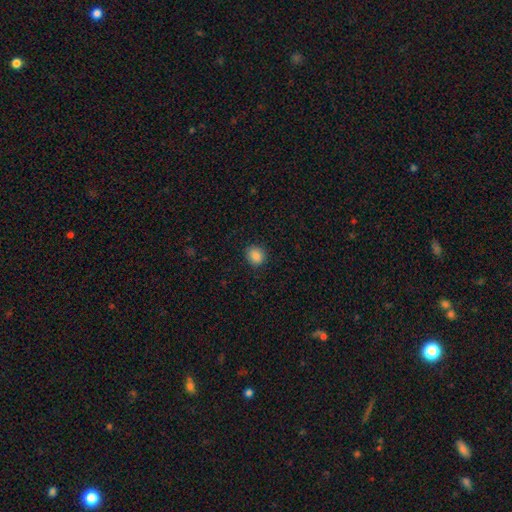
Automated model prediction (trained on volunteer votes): A smooth galaxy with no disk features (87%) that is round (72%).

Vote fractions:
- Smooth or featured? smooth: 87% / star or artifact: 9% / featured or disk: 3%
- How rounded? round: 72% / in between: 27% / cigar-shaped: 1%
- Merging? none: 87% / minor disturbance: 9% / major disturbance: 3% / merger: 1%